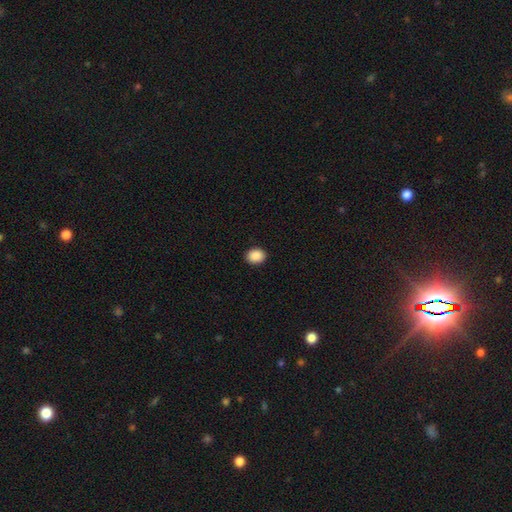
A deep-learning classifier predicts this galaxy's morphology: A smooth galaxy with no disk features (90%) that is round (50%). Merging: none (91%).